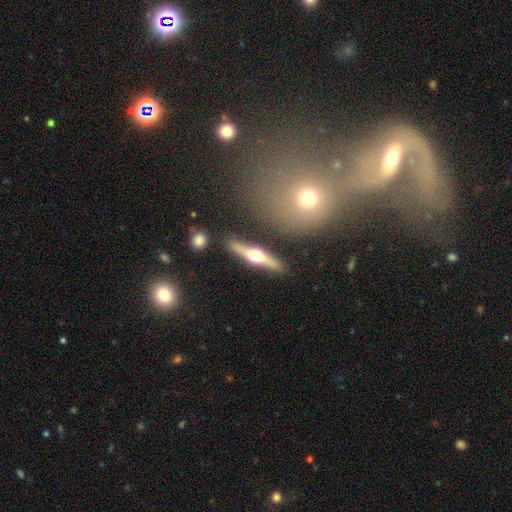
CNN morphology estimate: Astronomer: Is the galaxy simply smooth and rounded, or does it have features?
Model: featured or disk — 69%.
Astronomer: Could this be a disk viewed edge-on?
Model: yes — 94%.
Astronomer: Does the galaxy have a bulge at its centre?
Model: rounded — 95%.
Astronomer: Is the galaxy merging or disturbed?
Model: none — 85%.